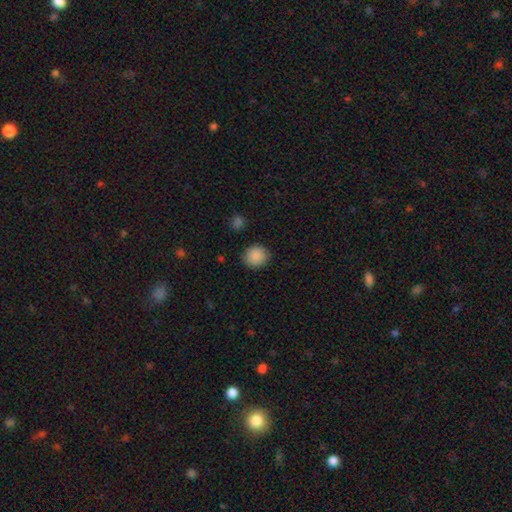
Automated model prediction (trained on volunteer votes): Smooth or featured?
  - smooth: 89% *
  - star or artifact: 8%
  - featured or disk: 3%
How rounded?
  - round: 86% *
  - in between: 13%
  - cigar-shaped: 1%
Merging?
  - none: 88% *
  - minor disturbance: 8%
  - major disturbance: 2%
  - merger: 1%